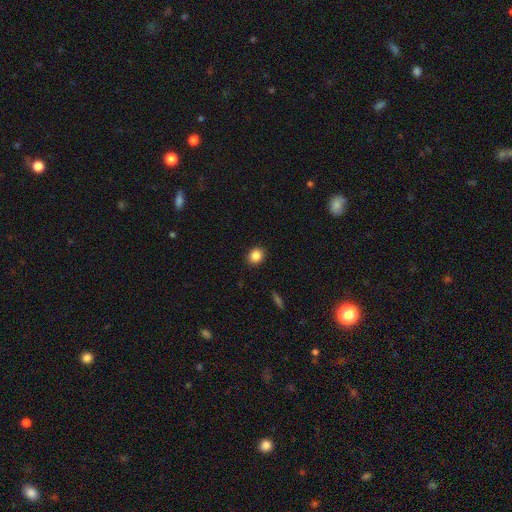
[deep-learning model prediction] This appears to be a smooth galaxy with no disk features (86%) that is round (71%). Merging: none (91%).